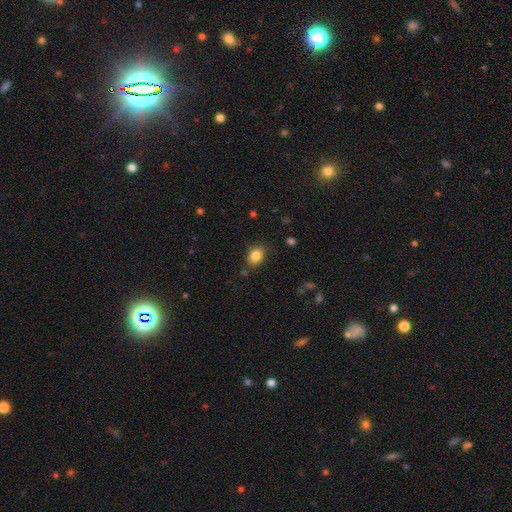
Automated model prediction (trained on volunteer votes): A smooth galaxy with no disk features (85%) that is in between round and cigar-shaped (61%). Merging: none (80%).